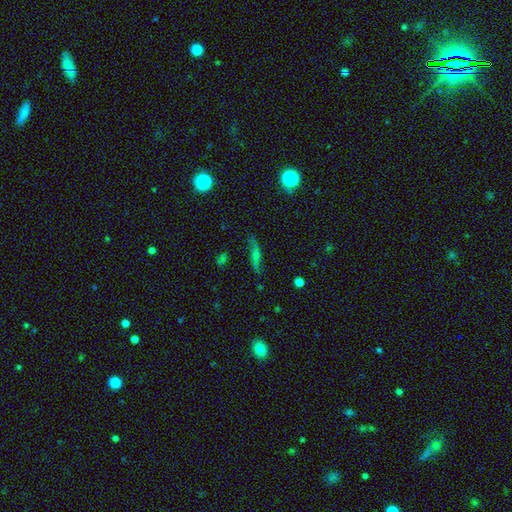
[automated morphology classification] smooth 47%, featured or disk 39%, star or artifact 13%. Down the decision tree: merging — none (68%).